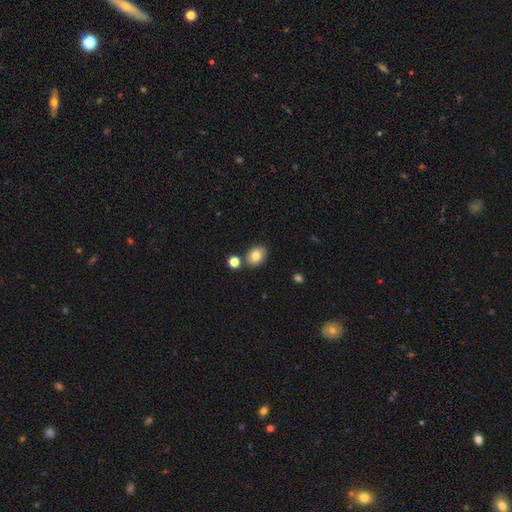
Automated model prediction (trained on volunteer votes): This appears to be a smooth galaxy with no disk features (82%) that is in between round and cigar-shaped (63%). Merging: none (78%).